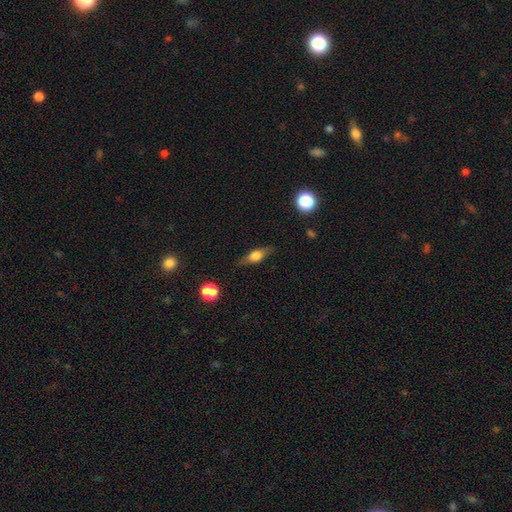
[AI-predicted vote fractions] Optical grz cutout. It shows a smooth galaxy with no disk features (56%) that is in between round and cigar-shaped (59%). Merging: none (79%).